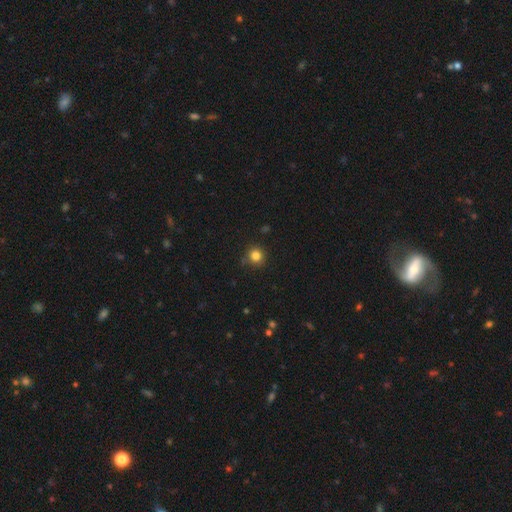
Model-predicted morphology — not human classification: smooth-or-featured: smooth: 82% | star or artifact: 13% | featured or disk: 5%
  how-rounded: round: 93% | in between: 6% | cigar-shaped: 1%
  merging: none: 85% | minor disturbance: 10% | major disturbance: 2% | merger: 2%